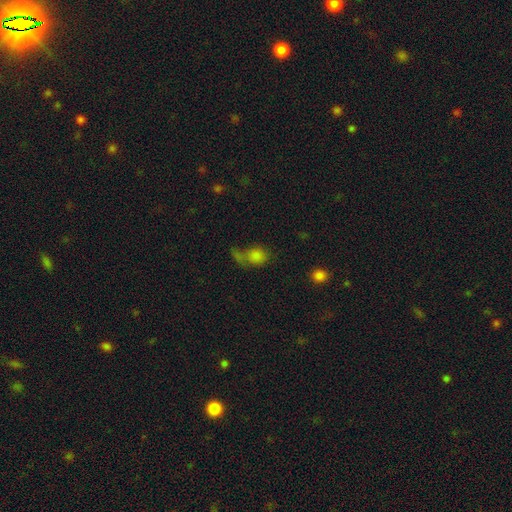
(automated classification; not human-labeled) Smooth or featured? Predicted: smooth (p=0.72). How rounded? Predicted: round (p=0.57). Merging? Predicted: none (p=0.41).